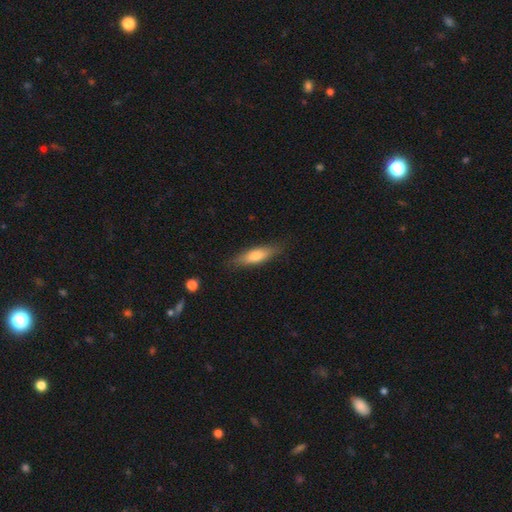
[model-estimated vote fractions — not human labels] smooth 67%, featured or disk 27%, star or artifact 6%. Down the decision tree: how rounded — cigar-shaped (64%); merging — none (84%).